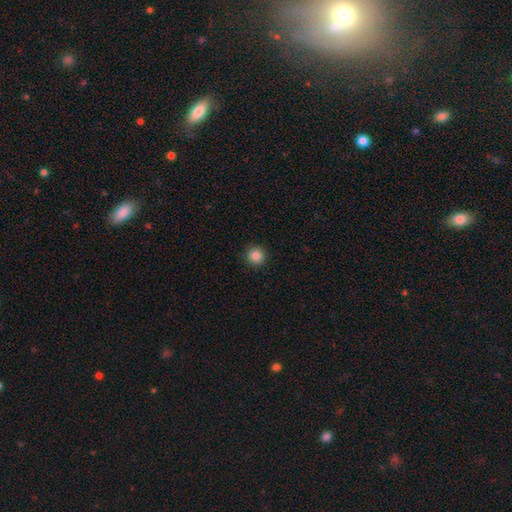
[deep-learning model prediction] Q: Smooth or featured?
A: smooth (86%); runner-up: star or artifact (10%)
Q: How rounded?
A: round (95%); runner-up: in between (4%)
Q: Merging?
A: none (92%); runner-up: minor disturbance (5%)